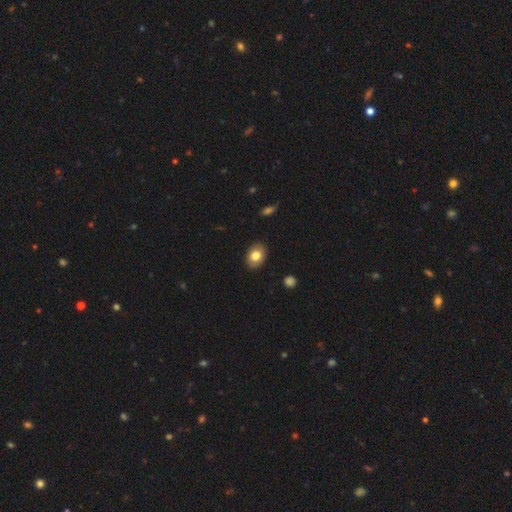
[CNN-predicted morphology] Smooth or featured? Predicted: smooth (p=0.80). How rounded? Predicted: in between (p=0.69). Merging? Predicted: none (p=0.88).